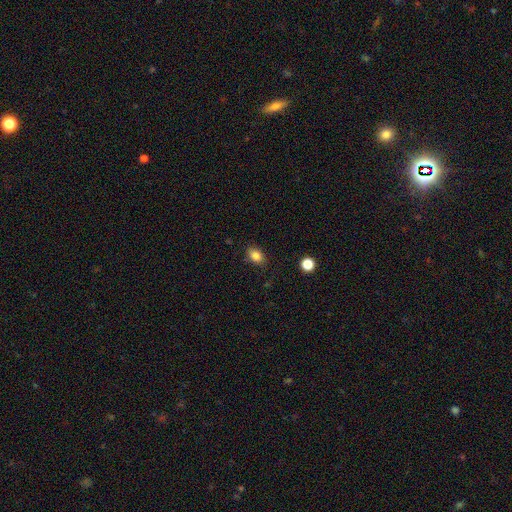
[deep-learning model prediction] A smooth galaxy with no disk features (84%) that is in between round and cigar-shaped (74%).

Vote fractions:
- Smooth or featured? smooth: 84% / star or artifact: 10% / featured or disk: 5%
- How rounded? in between: 74% / round: 25% / cigar-shaped: 1%
- Merging? none: 84% / minor disturbance: 12% / major disturbance: 3% / merger: 1%